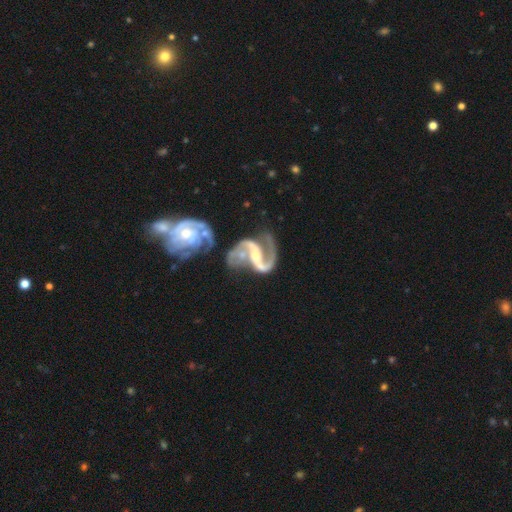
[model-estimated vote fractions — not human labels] smooth_or_featured: featured or disk (p=0.92) [alt: star or artifact p=0.04]
disk_edge_on: no (p=0.98) [alt: yes p=0.02]
bar: strong (p=0.45) [alt: weak p=0.36]
has_spiral_arms: yes (p=0.97) [alt: no p=0.03]
spiral_winding: loose (p=0.50) [alt: medium p=0.41]
spiral_arm_count: 2 (p=0.91) [alt: 1 p=0.03]
bulge_size: small (p=0.49) [alt: moderate p=0.39]
merging: none (p=0.35) [alt: merger p=0.32]